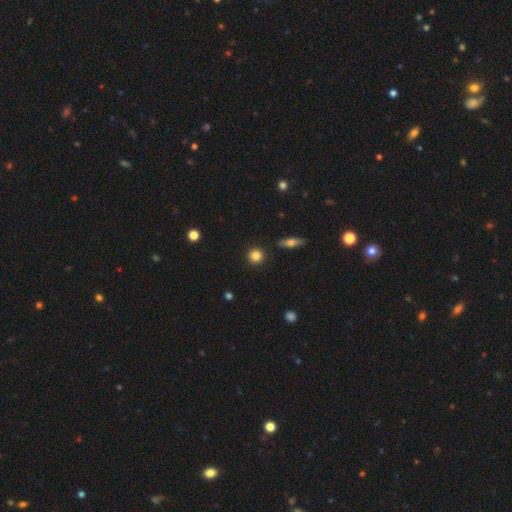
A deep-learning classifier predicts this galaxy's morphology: Smooth or featured?
  - smooth: 84% *
  - star or artifact: 9%
  - featured or disk: 6%
How rounded?
  - round: 92% *
  - in between: 7%
  - cigar-shaped: 1%
Merging?
  - none: 90% *
  - minor disturbance: 6%
  - merger: 2%
  - major disturbance: 2%